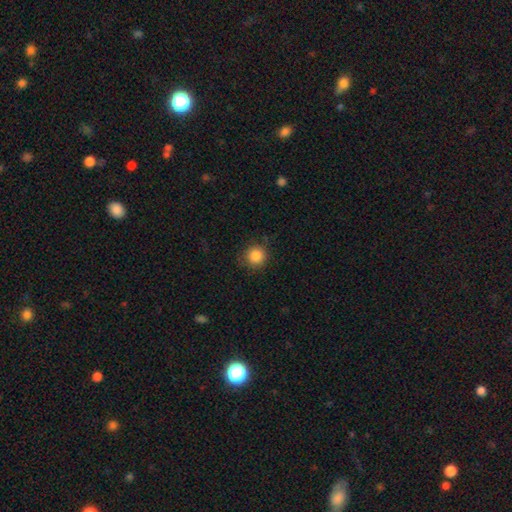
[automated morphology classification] smooth-or-featured: smooth: 86% | star or artifact: 10% | featured or disk: 4%
  how-rounded: round: 92% | in between: 7% | cigar-shaped: 1%
  merging: none: 83% | minor disturbance: 12% | major disturbance: 3% | merger: 1%